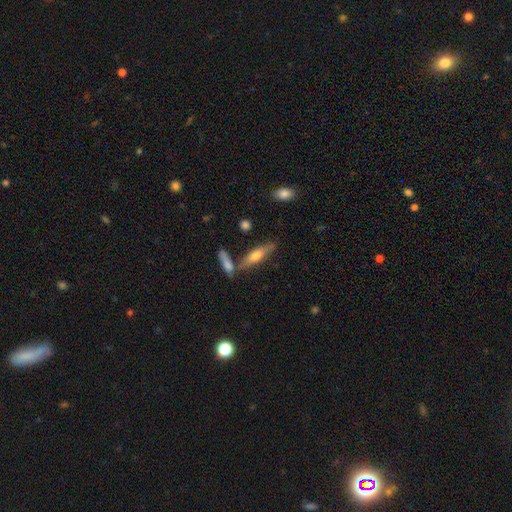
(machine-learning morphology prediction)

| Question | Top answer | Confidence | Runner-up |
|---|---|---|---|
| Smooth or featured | smooth | 53% | featured or disk (41%) |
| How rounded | cigar-shaped | 67% | in between (31%) |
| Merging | none | 68% | merger (16%) |